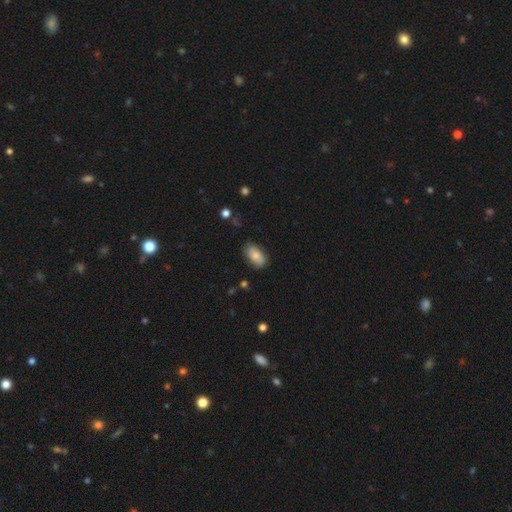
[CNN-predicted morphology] Smooth or featured? smooth (80%)
How rounded? in between (93%)
Merging? none (76%)